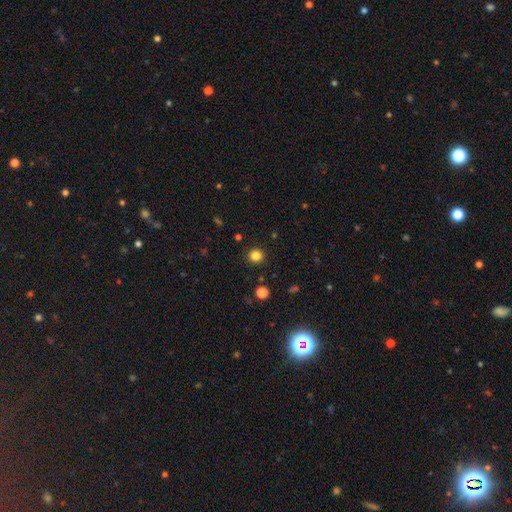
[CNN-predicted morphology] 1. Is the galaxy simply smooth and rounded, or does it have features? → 83% smooth, 13% star or artifact, 4% featured or disk.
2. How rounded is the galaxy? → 91% round, 8% in between, 1% cigar-shaped.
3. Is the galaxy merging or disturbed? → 92% none, 5% minor disturbance, 2% major disturbance, 1% merger.